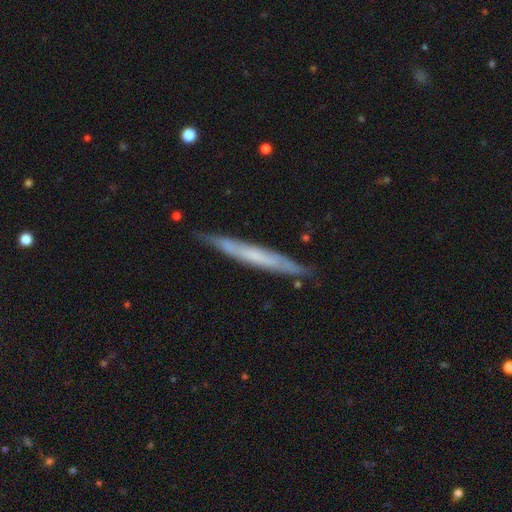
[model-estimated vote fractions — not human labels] Smooth or featured: featured or disk — 54% (smooth — 40%)
Edge-on disk: yes — 89% (no — 11%)
Merging: none — 81% (minor disturbance — 15%)